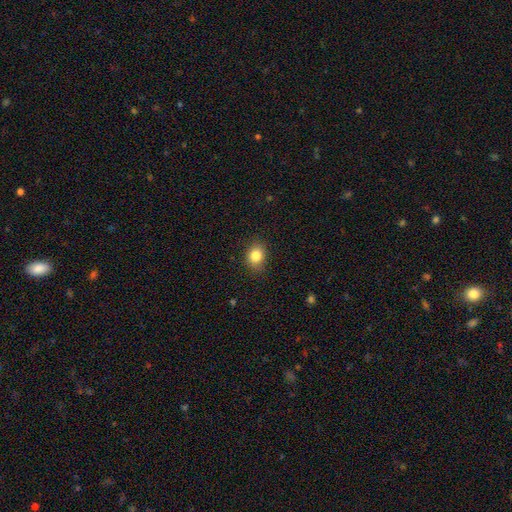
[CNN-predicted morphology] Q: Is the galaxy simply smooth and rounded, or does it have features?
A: smooth — 84%.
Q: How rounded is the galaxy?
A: round — 53%.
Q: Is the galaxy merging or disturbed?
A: none — 84%.